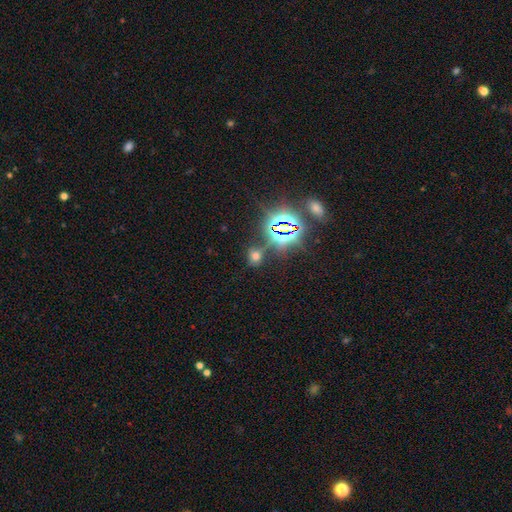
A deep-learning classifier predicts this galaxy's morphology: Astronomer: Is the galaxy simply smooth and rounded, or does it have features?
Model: star or artifact — 48% (runner-up: smooth, 43%).